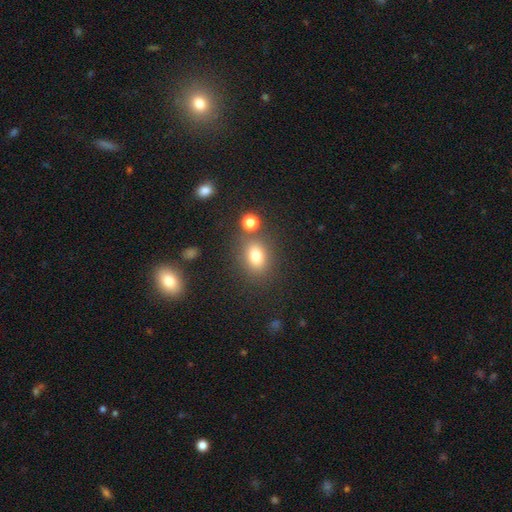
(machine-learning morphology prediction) Overall: smooth (78%). How rounded: in between (62%; round 36%). Merging: none (72%).